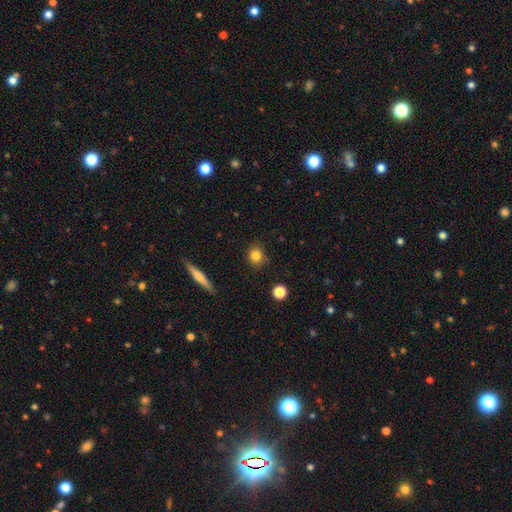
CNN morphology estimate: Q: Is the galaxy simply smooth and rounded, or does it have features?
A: smooth — 82%.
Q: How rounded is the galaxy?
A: round — 82%.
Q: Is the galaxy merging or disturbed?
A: none — 83%.